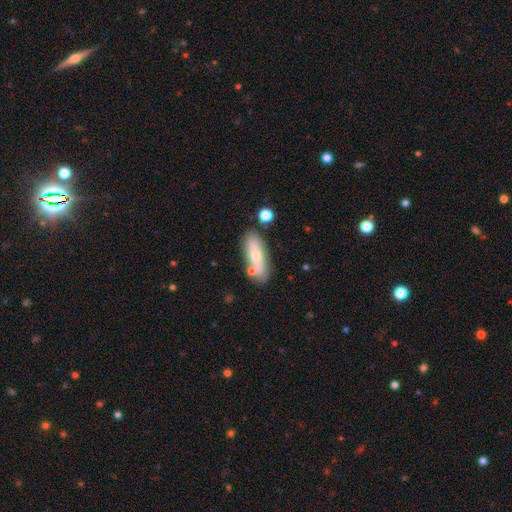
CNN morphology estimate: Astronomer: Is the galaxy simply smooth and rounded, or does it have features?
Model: smooth — 59%.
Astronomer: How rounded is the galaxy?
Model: in between — 58% (runner-up: cigar-shaped, 39%).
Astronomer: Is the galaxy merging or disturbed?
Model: none — 72%.